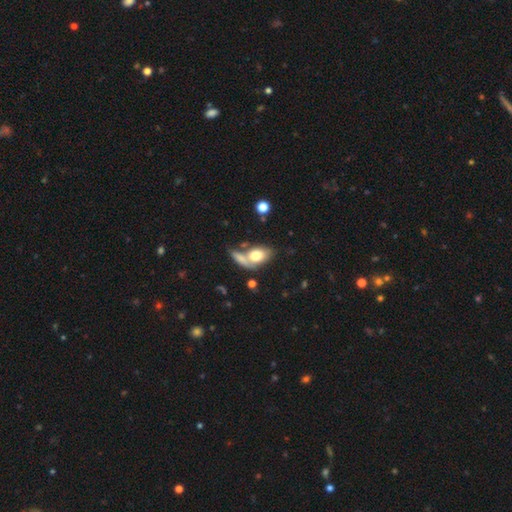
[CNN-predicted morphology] Smooth or featured: smooth — 73% (featured or disk — 19%)
How rounded: in between — 83% (round — 14%)
Merging: none — 40% (merger — 39%)